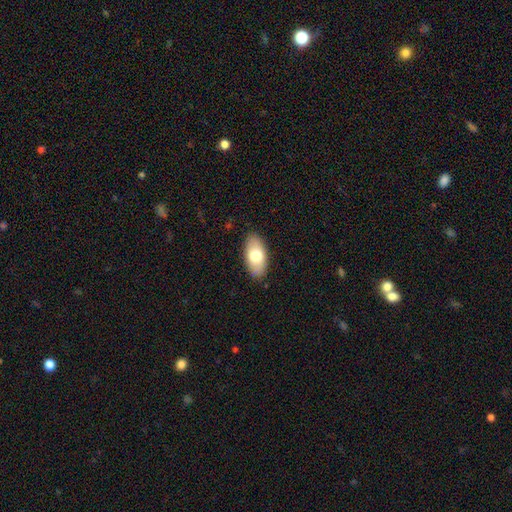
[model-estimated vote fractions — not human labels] Smooth or featured? smooth (74%)
How rounded? in between (93%)
Merging? none (87%)